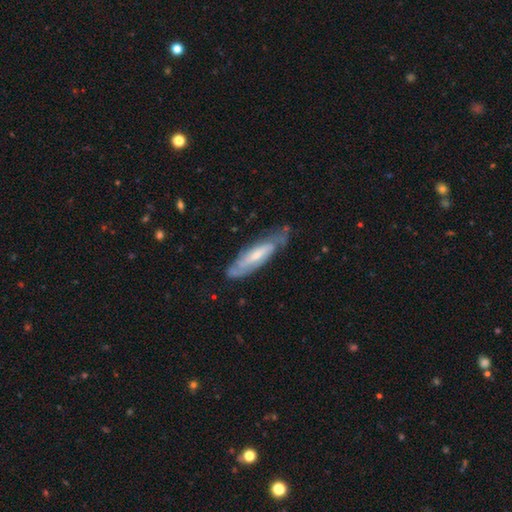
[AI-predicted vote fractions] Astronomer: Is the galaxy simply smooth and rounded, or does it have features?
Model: featured or disk — 69%.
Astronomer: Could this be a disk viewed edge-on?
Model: no — 66%.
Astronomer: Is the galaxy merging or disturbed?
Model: none — 69%.